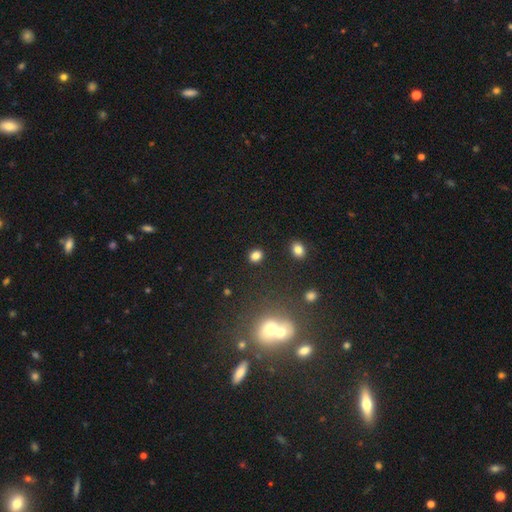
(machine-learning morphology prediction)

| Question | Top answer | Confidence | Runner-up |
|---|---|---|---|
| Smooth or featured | smooth | 82% | star or artifact (13%) |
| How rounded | round | 58% | in between (41%) |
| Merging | none | 87% | minor disturbance (7%) |